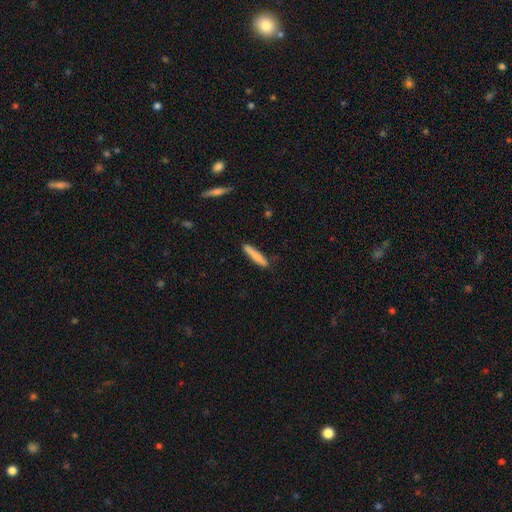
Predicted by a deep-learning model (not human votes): Morphology: type=smooth (80%); roundness=cigar-shaped (91%); merging=none (85%).